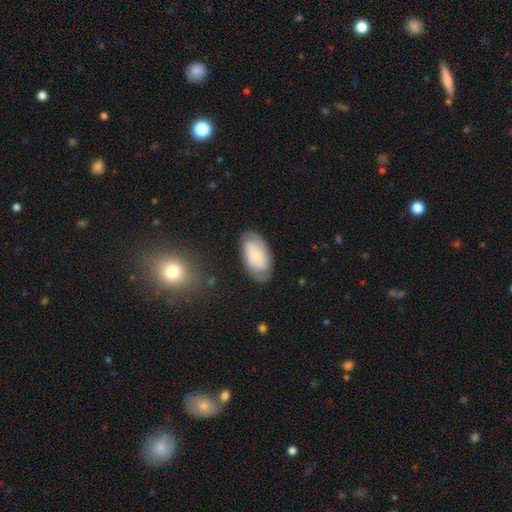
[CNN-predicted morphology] smooth-or-featured: smooth: 48% | featured or disk: 45% | star or artifact: 7%
  merging: none: 77% | minor disturbance: 17% | major disturbance: 5% | merger: 2%